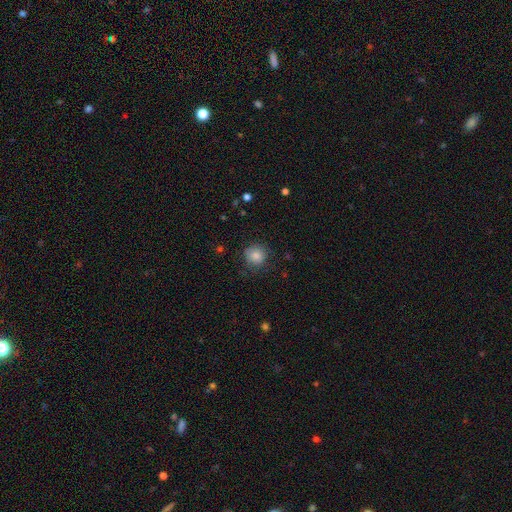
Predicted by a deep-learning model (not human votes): The model was most divided on "merging": none: 76%, minor disturbance: 17%, major disturbance: 5%, merger: 1%. More confident: how rounded — round (89%); smooth or featured — smooth (83%).